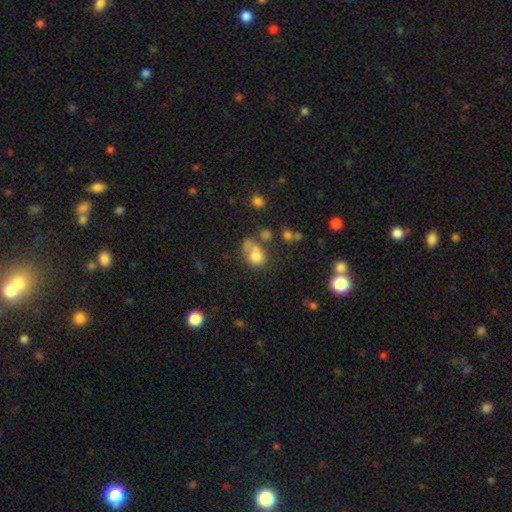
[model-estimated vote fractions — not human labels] A smooth galaxy with no disk features (69%) that is round (54%).

Vote fractions:
- Smooth or featured? smooth: 69% / featured or disk: 18% / star or artifact: 13%
- How rounded? round: 54% / in between: 45% / cigar-shaped: 1%
- Merging? merger: 38% / none: 29% / major disturbance: 18% / minor disturbance: 16%